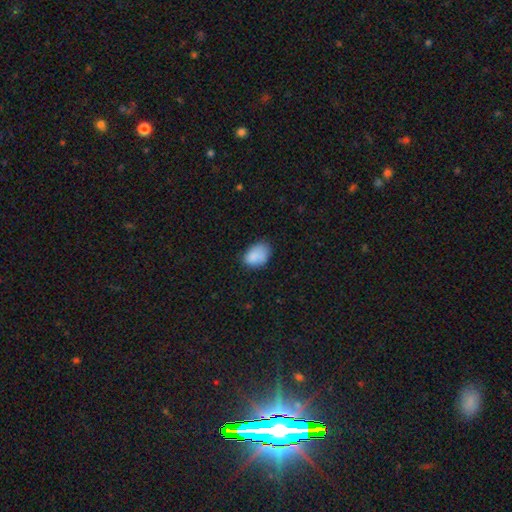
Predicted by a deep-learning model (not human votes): A smooth galaxy with no disk features (82%) that is in between round and cigar-shaped (82%). Merging: none (58%).